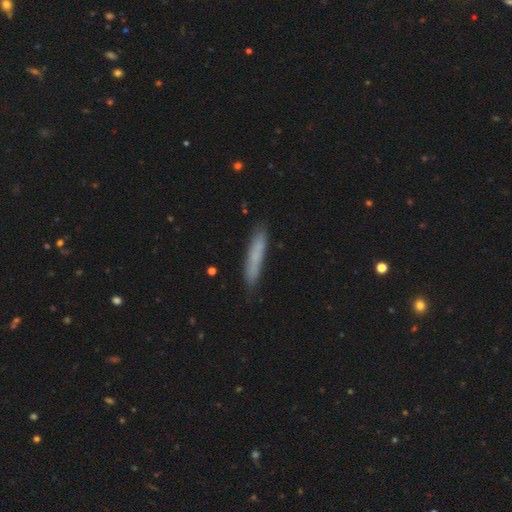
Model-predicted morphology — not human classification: The model was most divided on "smooth or featured": smooth: 71%, featured or disk: 21%, star or artifact: 8%. More confident: how rounded — cigar-shaped (92%); merging — none (83%).